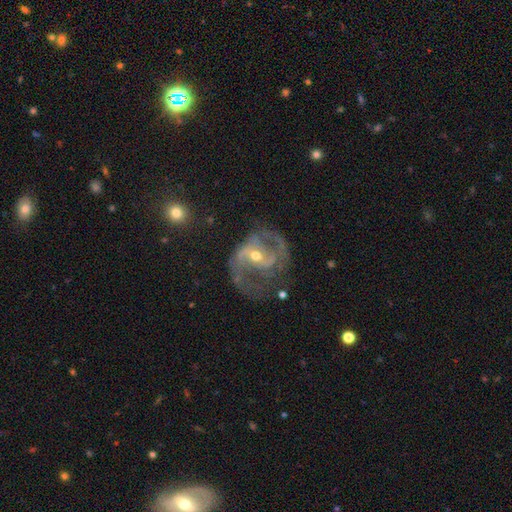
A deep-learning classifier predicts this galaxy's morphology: This appears to be a featured or disk galaxy (88%) with a weak bar (45%), 2 (79%) medium (54%) spiral arms (94%) and a moderate central bulge (56%). Merging: none (51%).